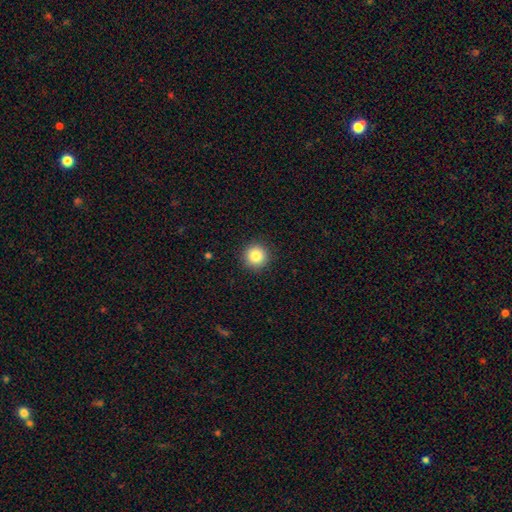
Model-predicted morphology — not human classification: A smooth galaxy with no disk features (84%) that is round (95%).

Vote fractions:
- Smooth or featured? smooth: 84% / star or artifact: 10% / featured or disk: 6%
- How rounded? round: 95% / in between: 4% / cigar-shaped: 1%
- Merging? none: 92% / minor disturbance: 5% / major disturbance: 2% / merger: 1%